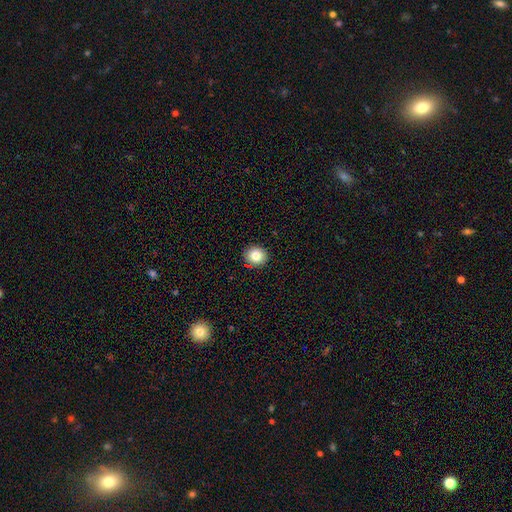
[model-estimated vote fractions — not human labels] A smooth galaxy with no disk features (82%) that is round (87%). Merging: none (90%).